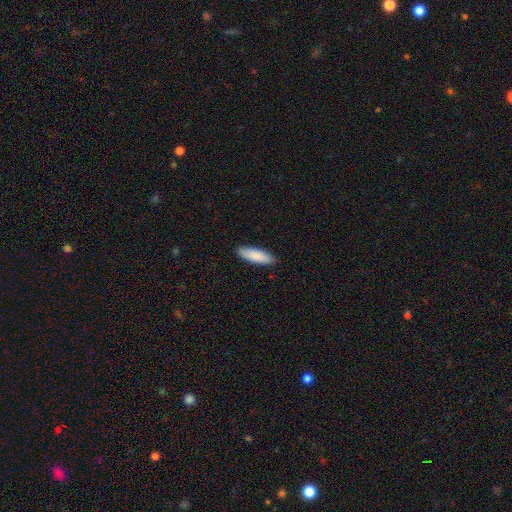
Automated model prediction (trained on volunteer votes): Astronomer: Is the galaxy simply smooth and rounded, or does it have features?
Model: smooth — 88%.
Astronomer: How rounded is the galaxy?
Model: in between — 52% (runner-up: cigar-shaped, 47%).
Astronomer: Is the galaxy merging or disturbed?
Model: none — 89%.